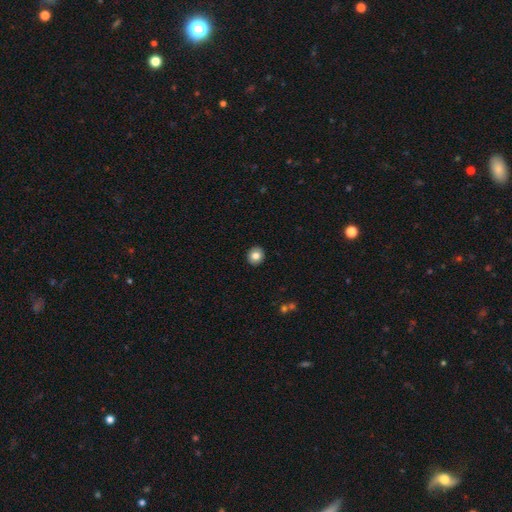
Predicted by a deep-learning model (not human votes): smooth-or-featured: smooth: 82% | featured or disk: 10% | star or artifact: 9%
  how-rounded: round: 85% | in between: 14% | cigar-shaped: 1%
  merging: none: 92% | minor disturbance: 5% | major disturbance: 1% | merger: 1%